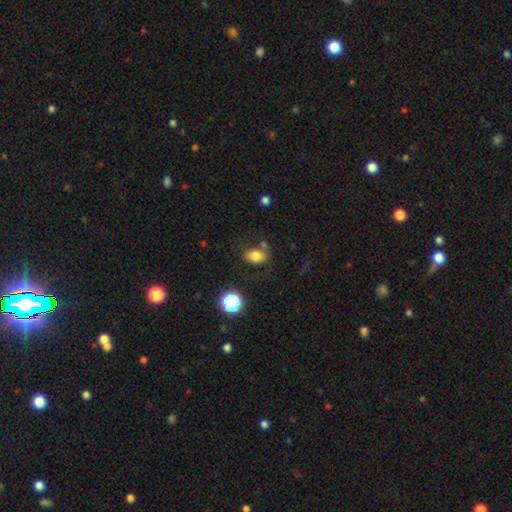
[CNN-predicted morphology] smooth-or-featured: smooth: 78% | star or artifact: 12% | featured or disk: 11%
  how-rounded: in between: 71% | round: 28% | cigar-shaped: 1%
  merging: none: 62% | minor disturbance: 20% | merger: 11% | major disturbance: 8%